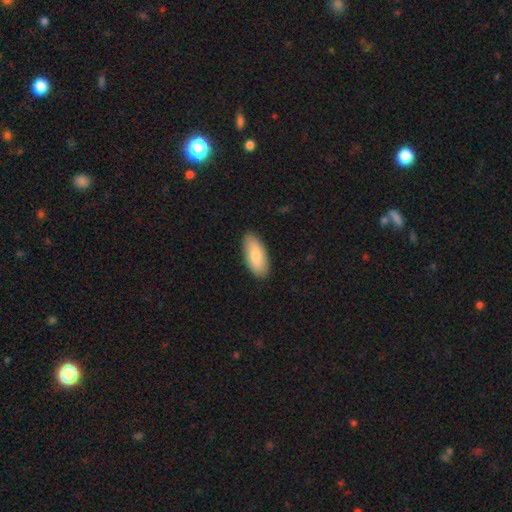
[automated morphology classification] This appears to be a smooth galaxy with no disk features (80%) that is in between round and cigar-shaped (87%). Merging: none (88%).